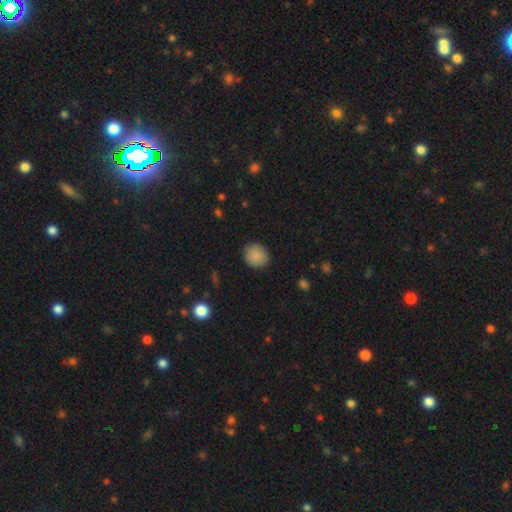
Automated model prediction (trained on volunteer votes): smooth_or_featured: smooth (p=0.88) [alt: star or artifact p=0.08]
how_rounded: round (p=0.80) [alt: in between p=0.19]
merging: none (p=0.88) [alt: minor disturbance p=0.09]